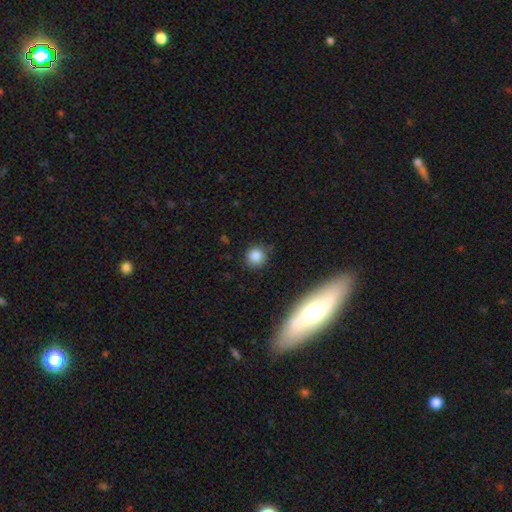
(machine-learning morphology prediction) A smooth galaxy with no disk features (83%) that is round (92%).

Vote fractions:
- Smooth or featured? smooth: 83% / star or artifact: 12% / featured or disk: 5%
- How rounded? round: 92% / in between: 7% / cigar-shaped: 1%
- Merging? none: 86% / minor disturbance: 10% / major disturbance: 3% / merger: 2%